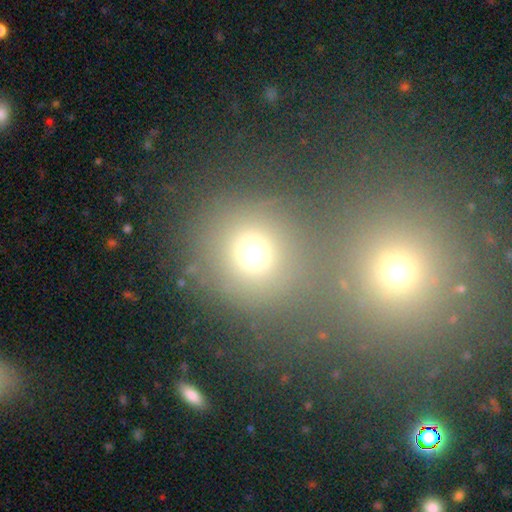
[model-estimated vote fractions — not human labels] The model was most divided on "merging": none: 61%, merger: 24%, minor disturbance: 9%, major disturbance: 6%. More confident: how rounded — round (85%); smooth or featured — smooth (69%).